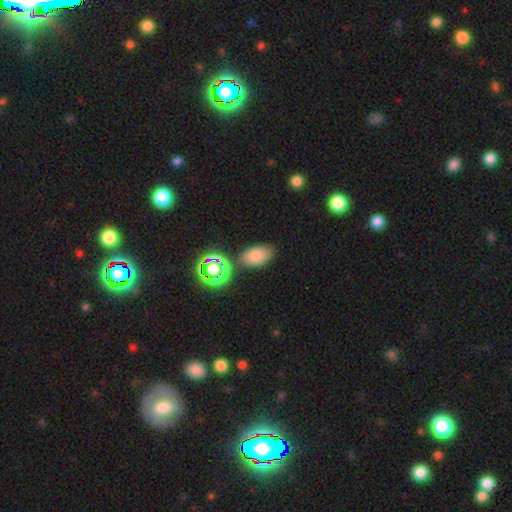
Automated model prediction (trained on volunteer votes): This appears to be a smooth galaxy with no disk features (72%) that is in between round and cigar-shaped (88%). Merging: none (76%).